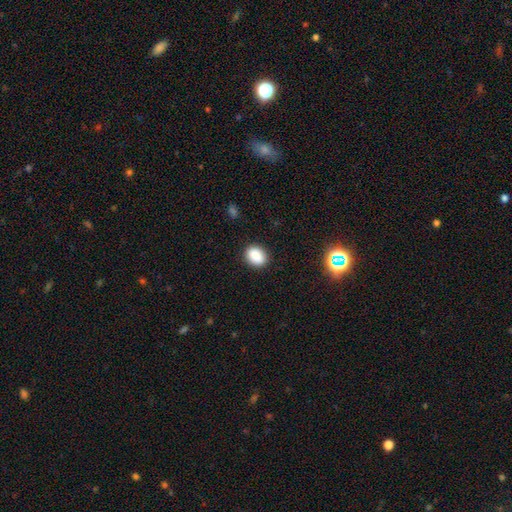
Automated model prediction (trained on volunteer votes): Smooth or featured? smooth (87%)
How rounded? in between (67%)
Merging? none (87%)